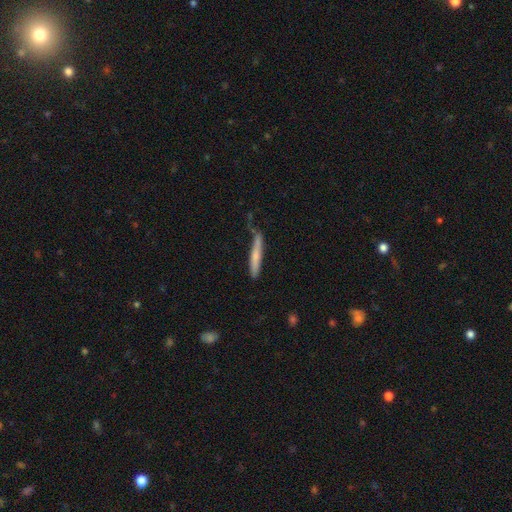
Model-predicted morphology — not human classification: Smooth or featured? smooth (62%)
How rounded? cigar-shaped (94%)
Merging? none (58%)